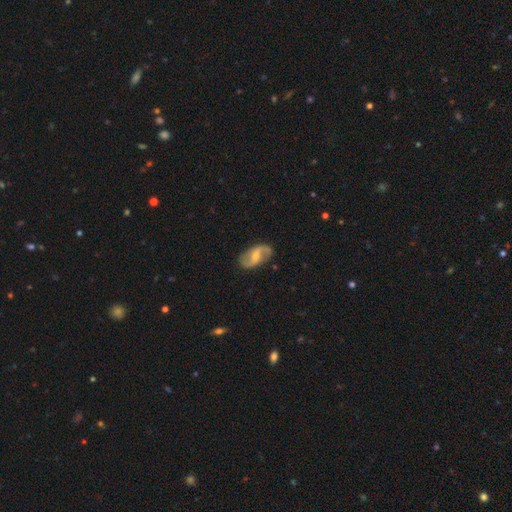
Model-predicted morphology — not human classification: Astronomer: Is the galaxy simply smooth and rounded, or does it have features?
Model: featured or disk — 80%.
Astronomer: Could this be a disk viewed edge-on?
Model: no — 97%.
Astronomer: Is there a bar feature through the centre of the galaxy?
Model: weak — 52% (runner-up: no, 28%).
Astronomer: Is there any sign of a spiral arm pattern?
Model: yes — 94%.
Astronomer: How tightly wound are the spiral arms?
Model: loose — 52% (runner-up: medium, 37%).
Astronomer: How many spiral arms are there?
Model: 2 — 92%.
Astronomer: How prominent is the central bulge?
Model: small — 43% (runner-up: moderate, 39%).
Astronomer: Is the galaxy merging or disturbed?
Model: none — 82%.